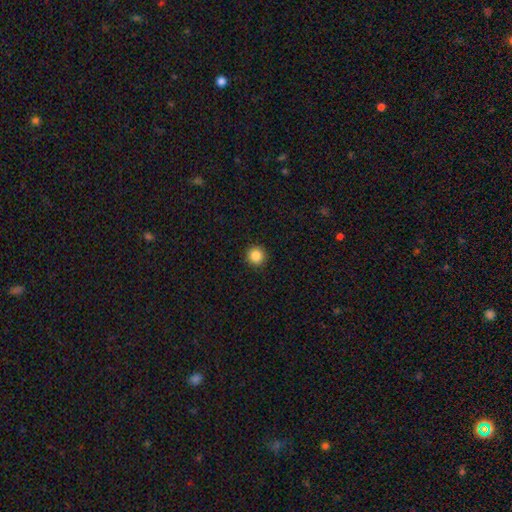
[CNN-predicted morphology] Q: Smooth or featured?
A: smooth (86%); runner-up: star or artifact (10%)
Q: How rounded?
A: round (95%); runner-up: in between (4%)
Q: Merging?
A: none (93%); runner-up: minor disturbance (5%)